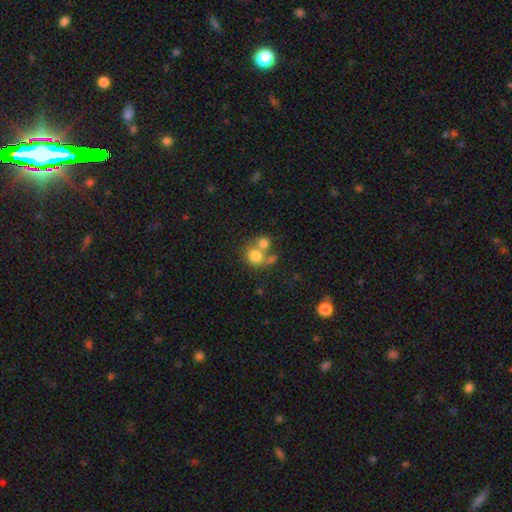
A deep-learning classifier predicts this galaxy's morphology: smooth_or_featured: smooth (p=0.73) [alt: featured or disk p=0.16]
how_rounded: round (p=0.78) [alt: in between p=0.21]
merging: merger (p=0.52) [alt: none p=0.34]